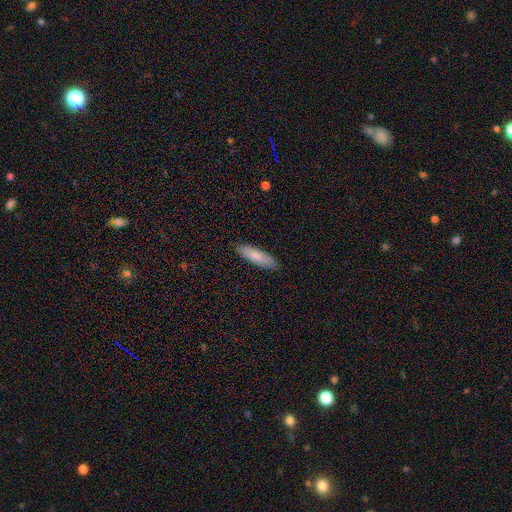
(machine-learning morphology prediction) Smooth or featured? smooth (82%)
How rounded? cigar-shaped (67%)
Merging? none (89%)